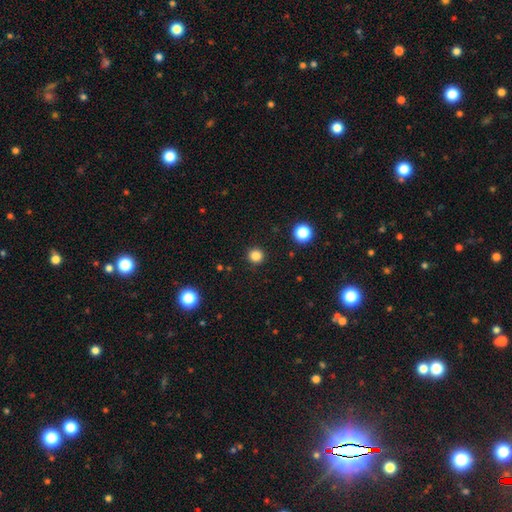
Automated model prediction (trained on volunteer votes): Smooth or featured? Predicted: smooth (p=0.83). How rounded? Predicted: round (p=0.94). Merging? Predicted: none (p=0.92).